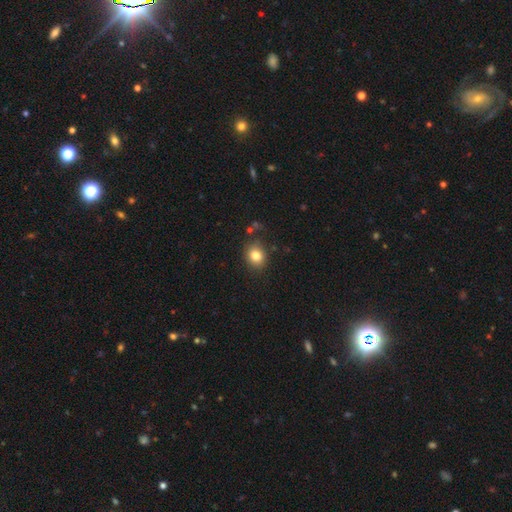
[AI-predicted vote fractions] Smooth or featured? smooth (82%)
How rounded? round (63%)
Merging? none (83%)